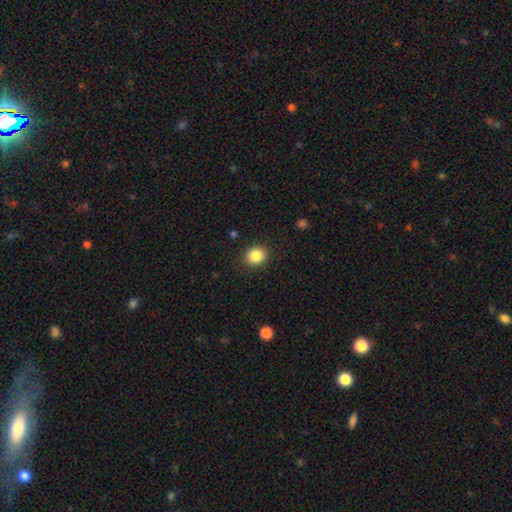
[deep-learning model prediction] Smooth or featured? smooth (85%)
How rounded? round (73%)
Merging? none (89%)